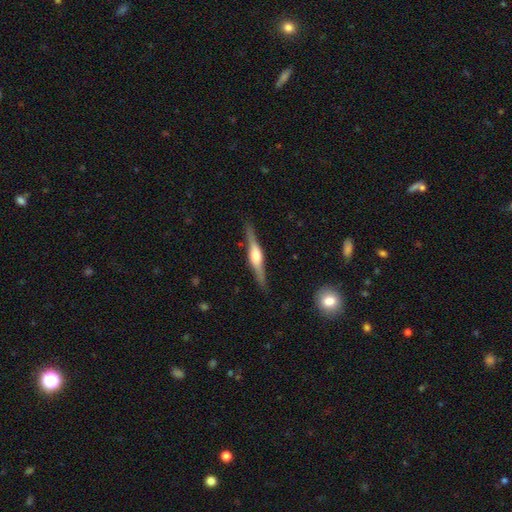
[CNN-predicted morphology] Smooth or featured? featured or disk (79%)
Edge-on disk? yes (98%)
Edge-on bulge? rounded (87%)
Merging? none (88%)